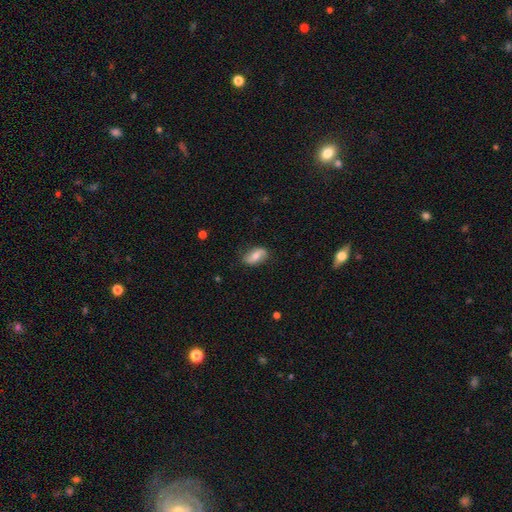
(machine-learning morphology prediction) Smooth or featured? Predicted: smooth (p=0.59). How rounded? Predicted: in between (p=0.89). Merging? Predicted: none (p=0.76).